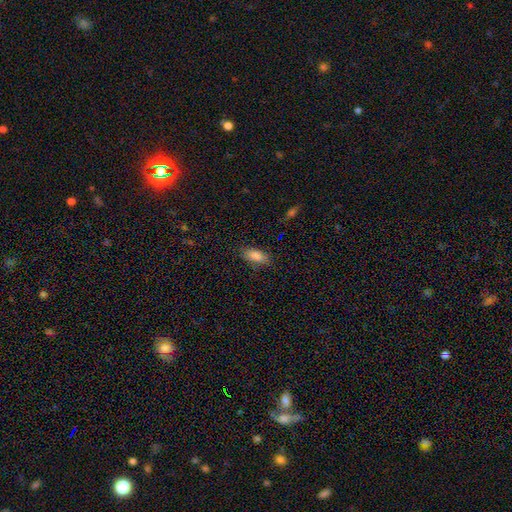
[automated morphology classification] Smooth or featured: smooth — 86% (star or artifact — 8%)
How rounded: in between — 86% (cigar-shaped — 11%)
Merging: none — 81% (minor disturbance — 14%)